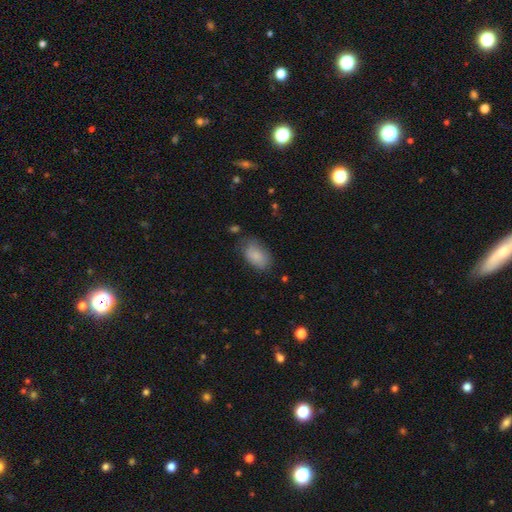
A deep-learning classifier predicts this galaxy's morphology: Smooth or featured? smooth (86%)
How rounded? in between (92%)
Merging? none (67%)